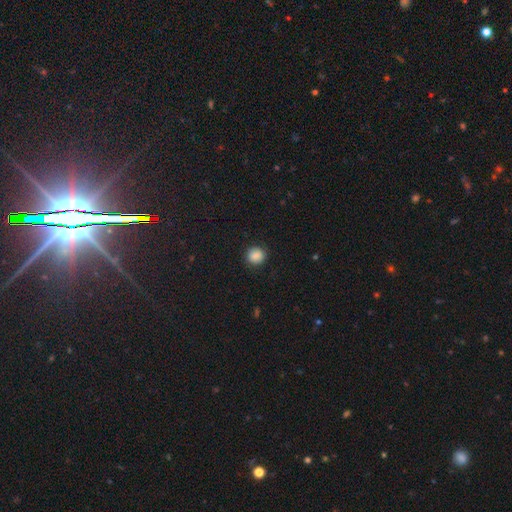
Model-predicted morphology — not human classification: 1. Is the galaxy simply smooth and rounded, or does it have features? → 85% smooth, 10% star or artifact, 5% featured or disk.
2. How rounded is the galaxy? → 89% round, 10% in between, 1% cigar-shaped.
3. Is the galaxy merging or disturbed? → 87% none, 9% minor disturbance, 3% major disturbance, 1% merger.